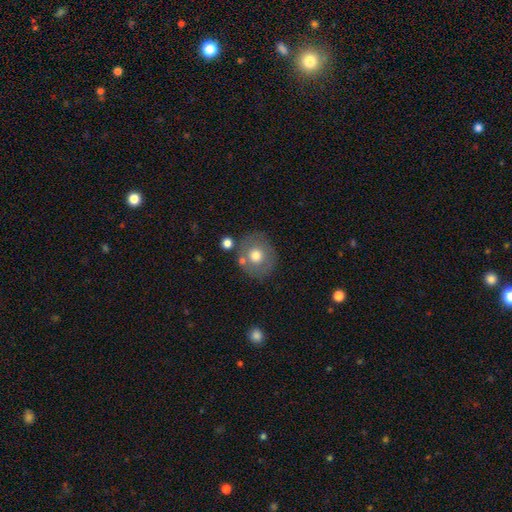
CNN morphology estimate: smooth 65%, featured or disk 26%, star or artifact 9%. Down the decision tree: how rounded — round (83%); merging — none (75%).